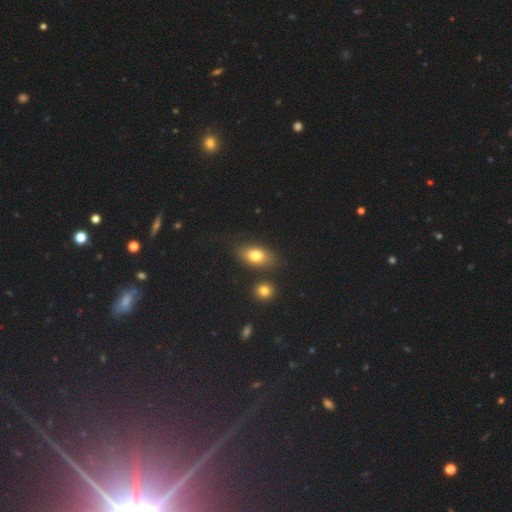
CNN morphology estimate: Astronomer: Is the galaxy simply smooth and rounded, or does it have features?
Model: smooth — 76%.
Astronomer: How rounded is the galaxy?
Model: in between — 81%.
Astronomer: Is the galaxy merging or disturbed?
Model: none — 77%.